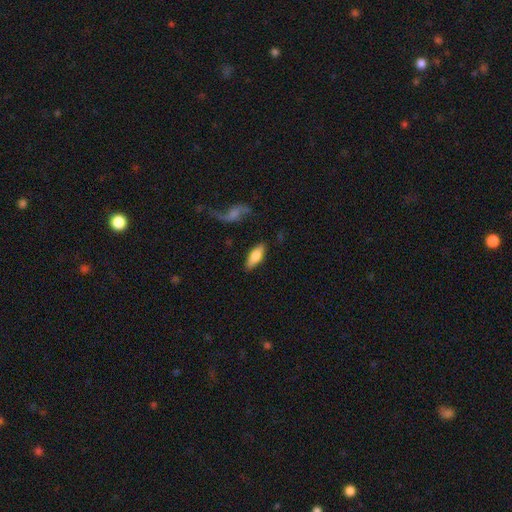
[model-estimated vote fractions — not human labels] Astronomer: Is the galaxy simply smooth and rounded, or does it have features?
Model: smooth — 71%.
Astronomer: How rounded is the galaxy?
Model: in between — 71%.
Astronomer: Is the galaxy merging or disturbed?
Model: none — 82%.